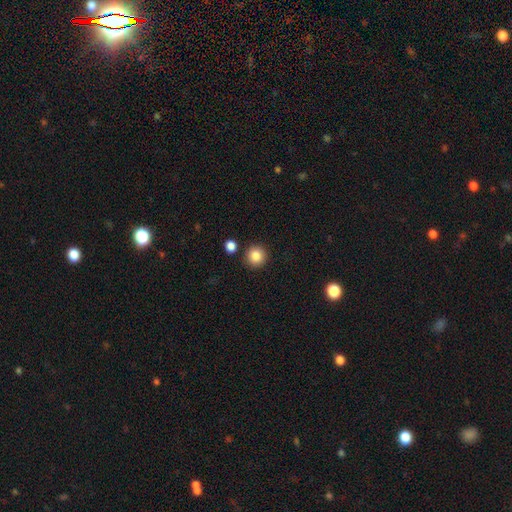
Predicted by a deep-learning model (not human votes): Q: Smooth or featured?
A: smooth (85%); runner-up: star or artifact (10%)
Q: How rounded?
A: round (93%); runner-up: in between (6%)
Q: Merging?
A: none (88%); runner-up: minor disturbance (6%)